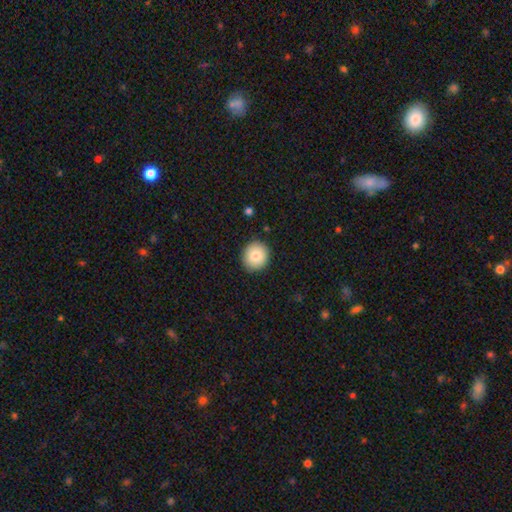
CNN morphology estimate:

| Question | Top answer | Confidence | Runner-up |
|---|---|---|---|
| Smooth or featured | smooth | 83% | featured or disk (9%) |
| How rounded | round | 87% | in between (12%) |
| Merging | none | 91% | minor disturbance (7%) |